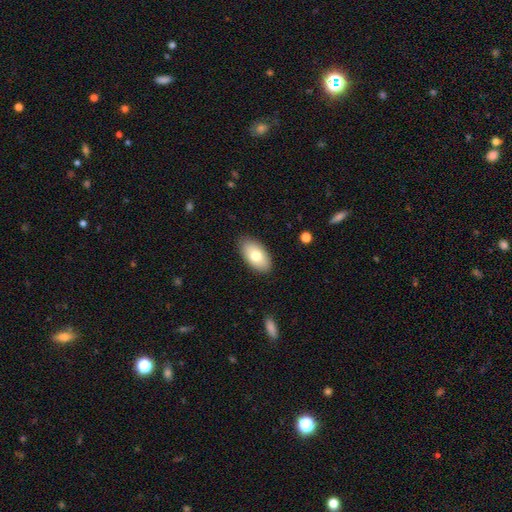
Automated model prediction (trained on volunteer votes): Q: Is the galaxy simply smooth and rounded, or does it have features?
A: smooth — 75%.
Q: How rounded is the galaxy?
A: in between — 94%.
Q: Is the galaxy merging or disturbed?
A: none — 87%.